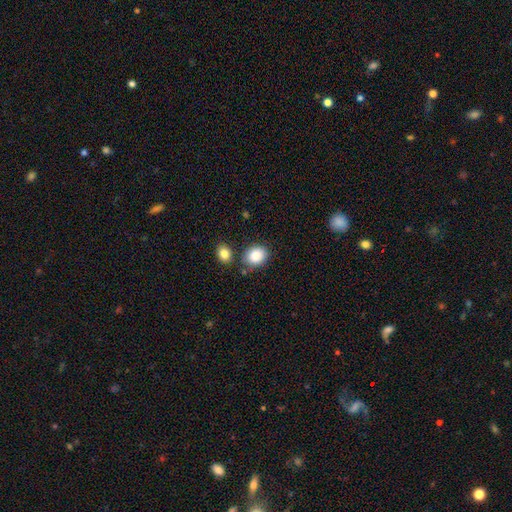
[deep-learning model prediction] Q: Smooth or featured?
A: smooth (88%); runner-up: star or artifact (8%)
Q: How rounded?
A: round (52%); runner-up: in between (47%)
Q: Merging?
A: none (75%); runner-up: minor disturbance (12%)